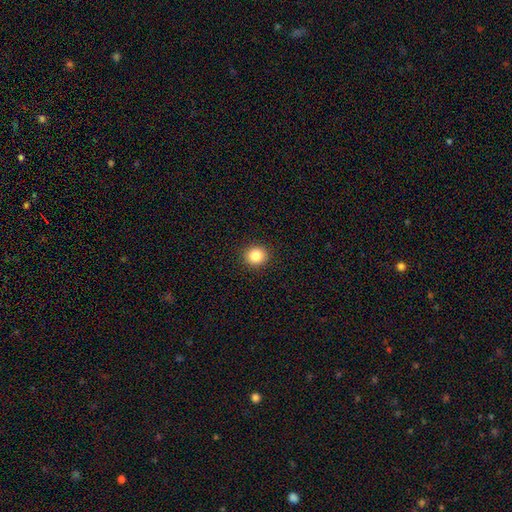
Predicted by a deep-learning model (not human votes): smooth_or_featured: smooth (p=0.84) [alt: star or artifact p=0.11]
how_rounded: round (p=0.88) [alt: in between p=0.11]
merging: none (p=0.92) [alt: minor disturbance p=0.05]